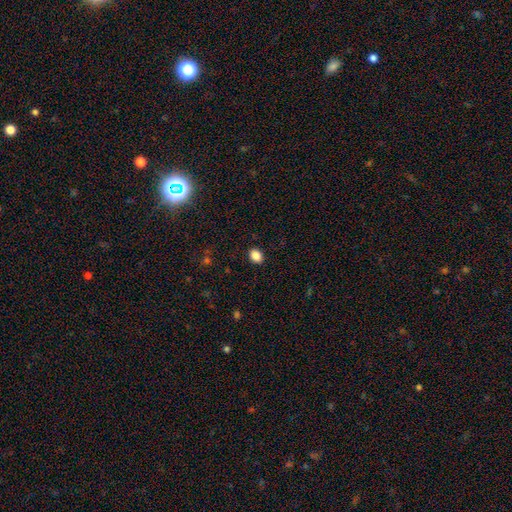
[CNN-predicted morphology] Smooth or featured? smooth (87%)
How rounded? in between (56%)
Merging? none (90%)